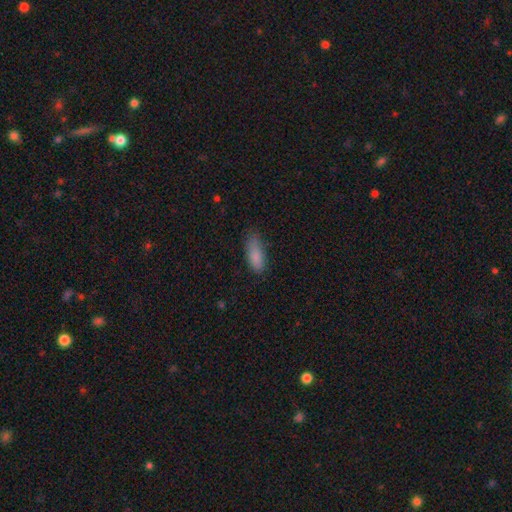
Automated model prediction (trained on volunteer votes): smooth 85%, star or artifact 8%, featured or disk 8%. Down the decision tree: how rounded — in between (77%); merging — none (60%).